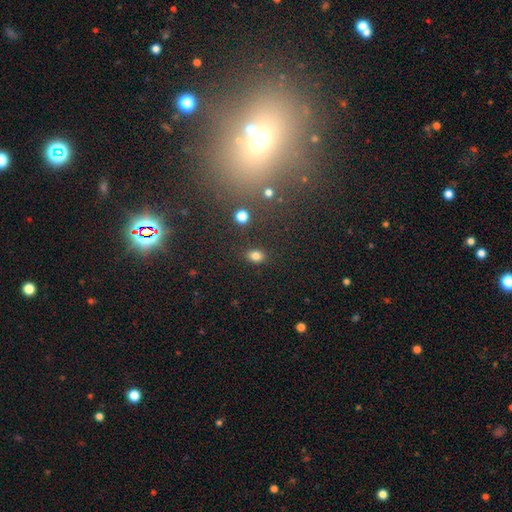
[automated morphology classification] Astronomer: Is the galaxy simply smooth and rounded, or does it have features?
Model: smooth — 81%.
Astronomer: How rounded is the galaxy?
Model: in between — 66%.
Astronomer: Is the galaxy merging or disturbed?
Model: none — 83%.